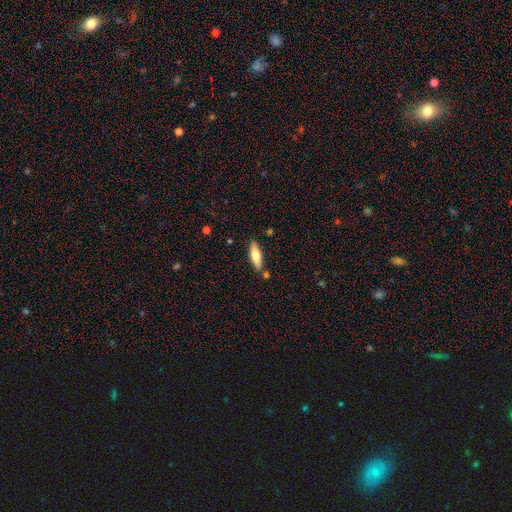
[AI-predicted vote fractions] The model was most divided on "how rounded": cigar-shaped: 52%, in between: 47%, round: 2%. More confident: merging — none (81%); smooth or featured — smooth (68%).